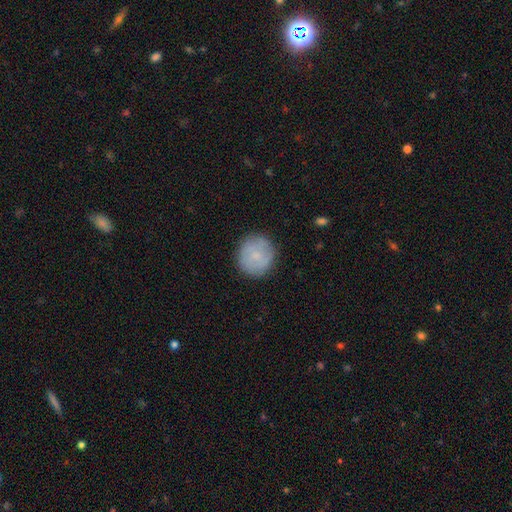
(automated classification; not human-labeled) The model was most divided on "smooth or featured": smooth: 72%, featured or disk: 21%, star or artifact: 7%. More confident: how rounded — round (87%); merging — none (83%).